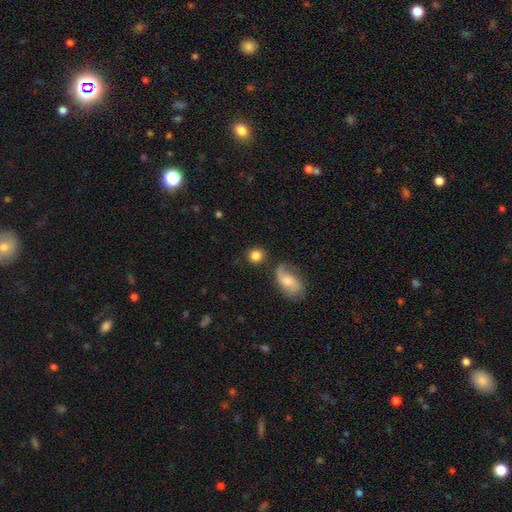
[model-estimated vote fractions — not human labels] Overall: smooth (82%). How rounded: round (85%). Merging: none (76%).